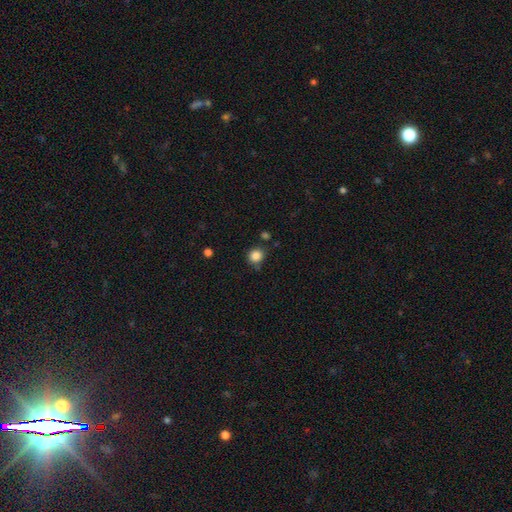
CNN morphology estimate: The model was most divided on "merging": none: 76%, minor disturbance: 14%, merger: 6%, major disturbance: 4%. More confident: smooth or featured — smooth (86%); how rounded — round (86%).